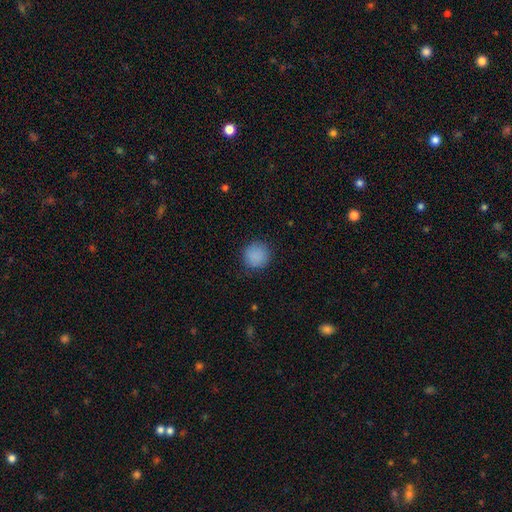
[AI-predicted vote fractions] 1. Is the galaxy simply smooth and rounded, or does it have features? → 88% smooth, 9% star or artifact, 3% featured or disk.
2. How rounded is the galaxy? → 93% round, 6% in between, 1% cigar-shaped.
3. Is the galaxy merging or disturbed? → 87% none, 9% minor disturbance, 3% major disturbance, 1% merger.